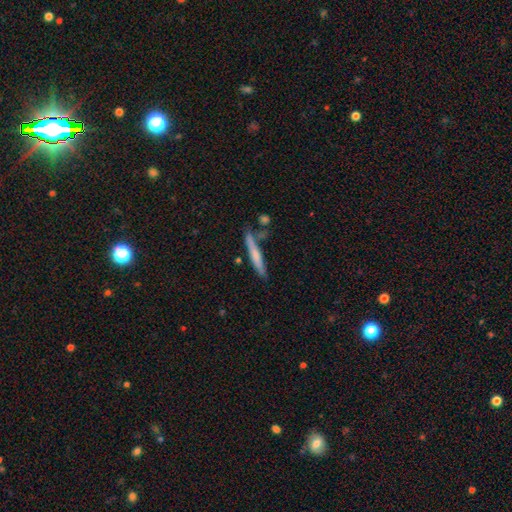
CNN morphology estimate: Q: Smooth or featured?
A: smooth (62%); runner-up: featured or disk (32%)
Q: How rounded?
A: cigar-shaped (93%); runner-up: in between (5%)
Q: Merging?
A: none (73%); runner-up: minor disturbance (15%)